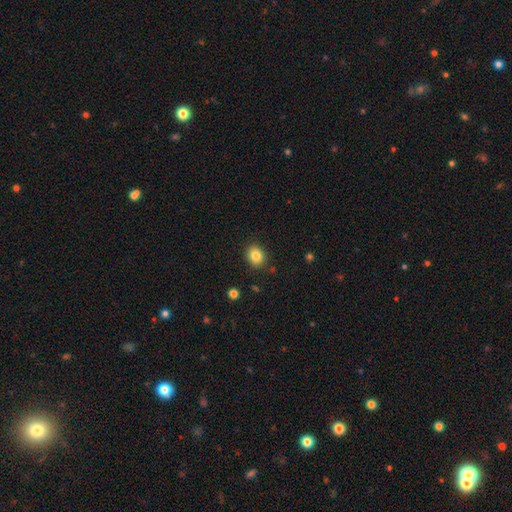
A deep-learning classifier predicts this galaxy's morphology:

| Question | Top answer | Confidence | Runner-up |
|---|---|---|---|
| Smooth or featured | smooth | 84% | star or artifact (10%) |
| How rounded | round | 62% | in between (37%) |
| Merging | none | 87% | minor disturbance (9%) |